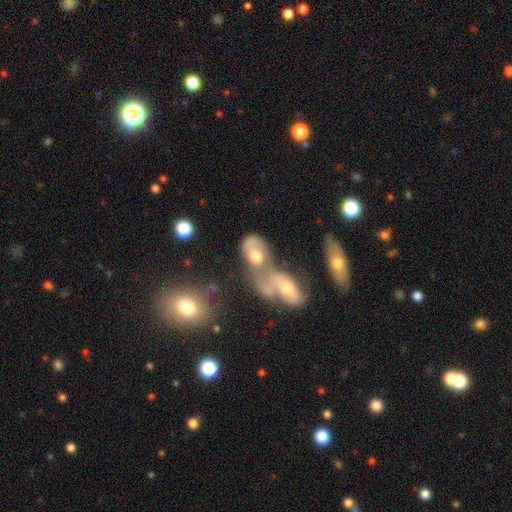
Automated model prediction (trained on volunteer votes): The model was most divided on "smooth or featured": smooth: 51%, featured or disk: 38%, star or artifact: 11%. More confident: how rounded — in between (79%); merging — merger (69%).